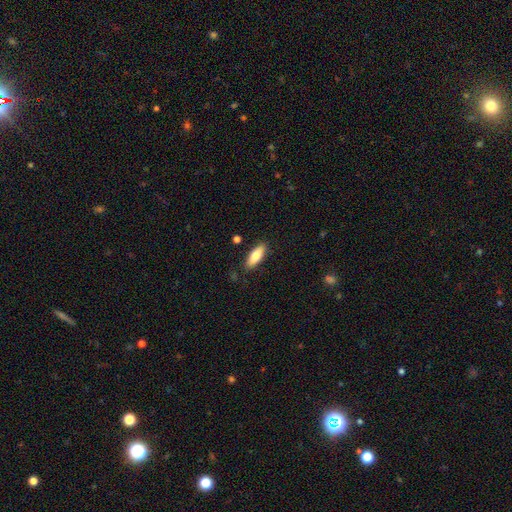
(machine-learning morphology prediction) Q: Smooth or featured?
A: smooth (73%); runner-up: featured or disk (21%)
Q: How rounded?
A: in between (64%); runner-up: cigar-shaped (34%)
Q: Merging?
A: none (85%); runner-up: minor disturbance (11%)